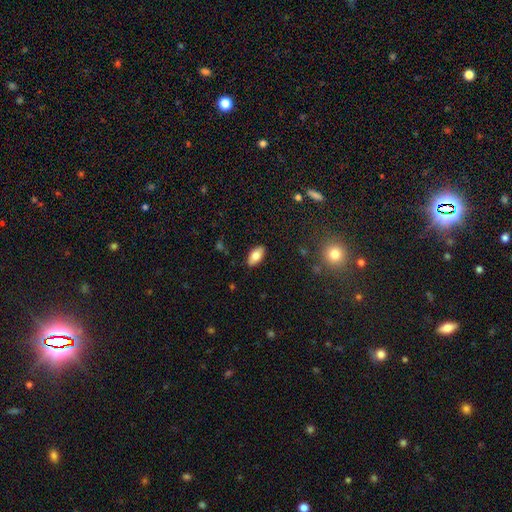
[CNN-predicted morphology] Smooth or featured? Predicted: smooth (p=0.80). How rounded? Predicted: in between (p=0.92). Merging? Predicted: none (p=0.88).